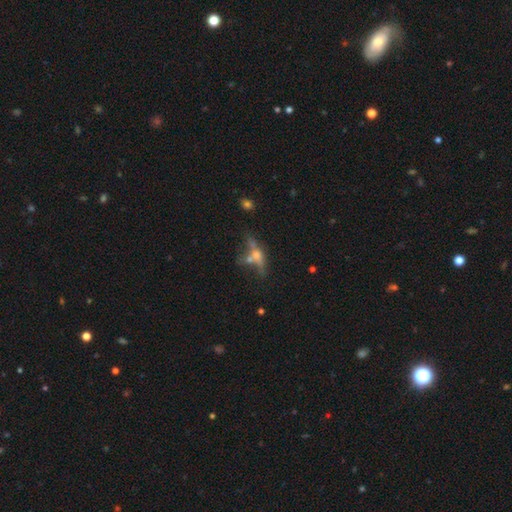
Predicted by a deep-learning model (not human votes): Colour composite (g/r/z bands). It shows a featured or disk galaxy (51%) viewed edge-on (64%). Merging: none (39%).